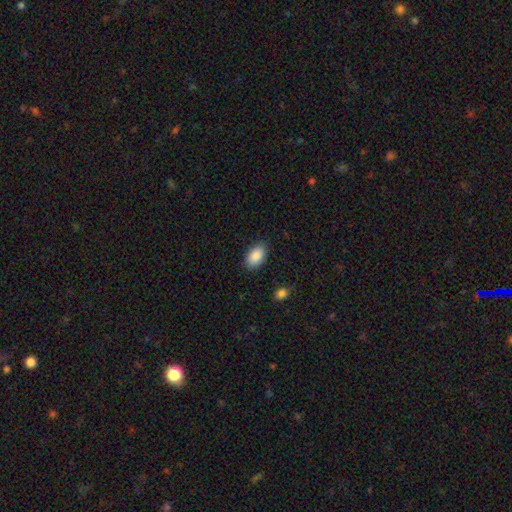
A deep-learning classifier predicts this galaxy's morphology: type=smooth (89%); roundness=in between (93%); merging=none (86%).